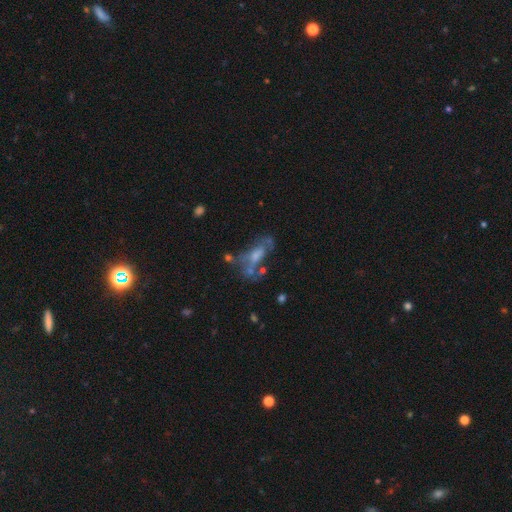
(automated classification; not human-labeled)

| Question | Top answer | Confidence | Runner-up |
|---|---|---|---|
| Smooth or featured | featured or disk | 58% | smooth (28%) |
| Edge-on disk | no | 85% | yes (15%) |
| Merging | none | 40% | major disturbance (23%) |